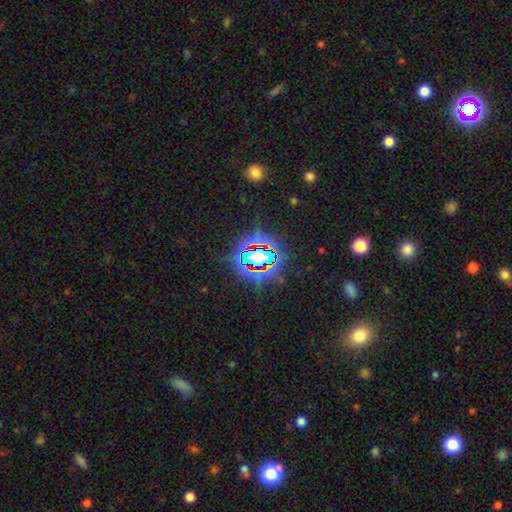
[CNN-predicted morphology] smooth-or-featured: star or artifact: 75% | smooth: 14% | featured or disk: 11%